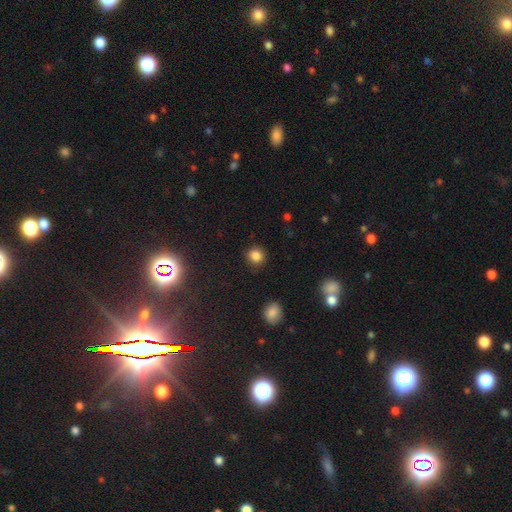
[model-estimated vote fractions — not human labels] This appears to be a smooth galaxy with no disk features (84%) that is round (86%). Merging: none (88%).